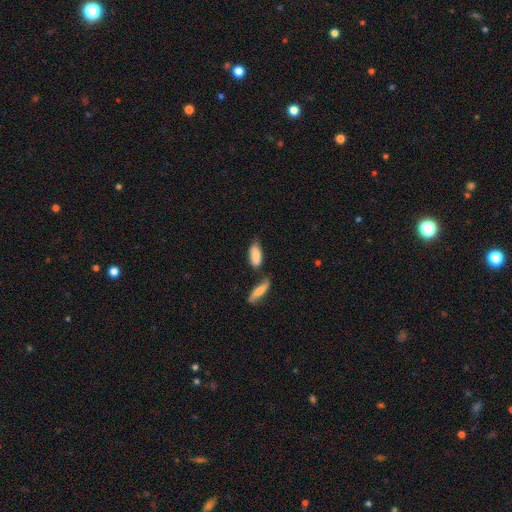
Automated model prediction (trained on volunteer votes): This appears to be a smooth galaxy with no disk features (83%) that is in between round and cigar-shaped (77%). Merging: none (55%).